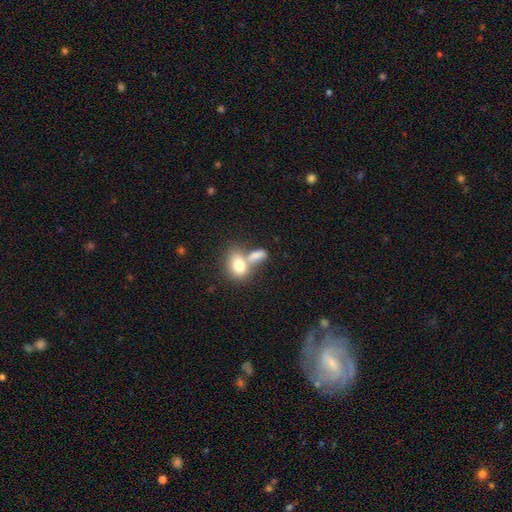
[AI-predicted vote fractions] Q: Smooth or featured?
A: smooth (77%); runner-up: featured or disk (13%)
Q: How rounded?
A: in between (76%); runner-up: round (19%)
Q: Merging?
A: merger (54%); runner-up: none (30%)